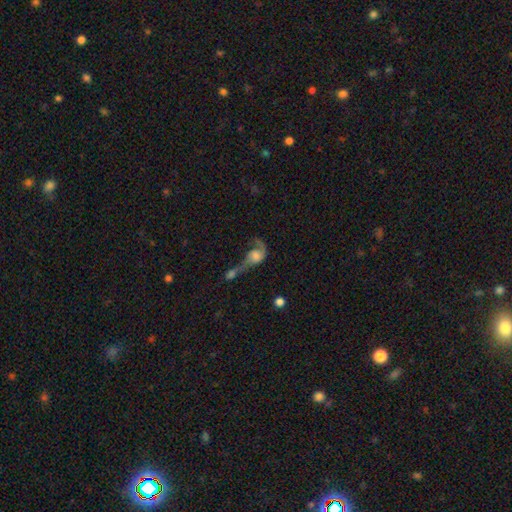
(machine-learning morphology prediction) smooth-or-featured: featured or disk: 57% | smooth: 33% | star or artifact: 10%
  disk-edge-on: no: 95% | yes: 5%
    bar: no: 75% | weak: 21% | strong: 4%
    has-spiral-arms: yes: 74% | no: 26%
    bulge-size: moderate: 43% | small: 23% | large: 19% | none: 12% | dominant: 4%
  merging: merger: 64% | major disturbance: 20% | none: 10% | minor disturbance: 6%